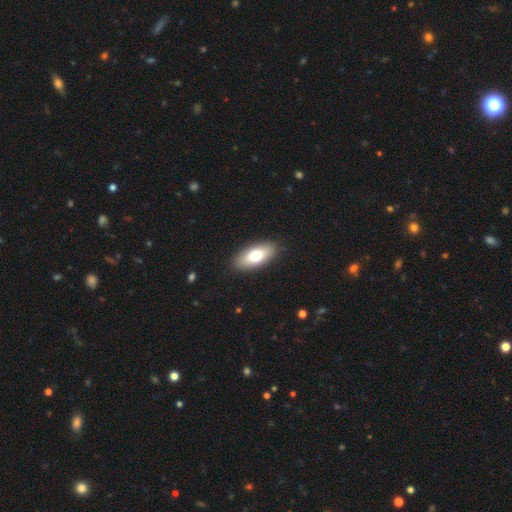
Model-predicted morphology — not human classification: Smooth or featured? Predicted: smooth (p=0.74). How rounded? Predicted: in between (p=0.87). Merging? Predicted: none (p=0.89).